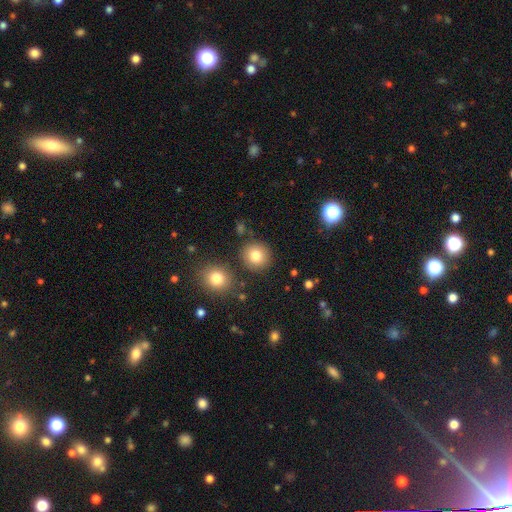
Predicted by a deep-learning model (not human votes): Smooth or featured? smooth (81%)
How rounded? round (92%)
Merging? none (85%)